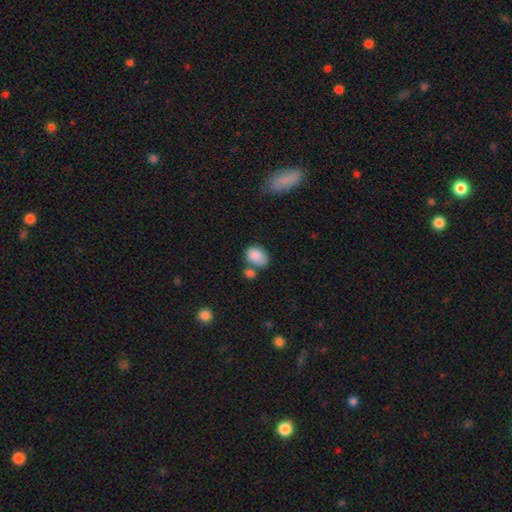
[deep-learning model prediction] Morphology: type=smooth (86%); roundness=in between (75%); merging=none (46%).